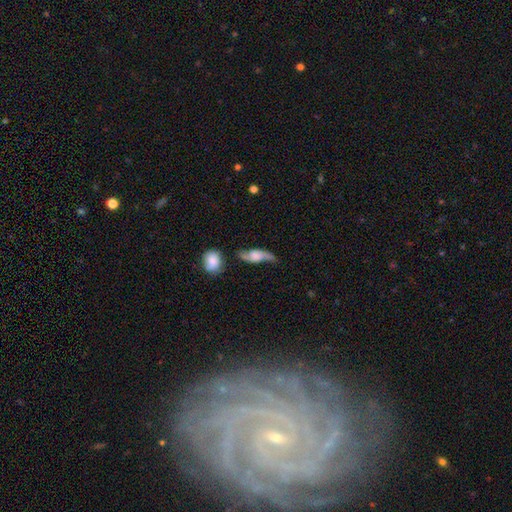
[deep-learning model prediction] The model was most divided on "merging": none: 54%, minor disturbance: 26%, major disturbance: 12%, merger: 8%. More confident: edge-on disk — no (79%); smooth or featured — featured or disk (62%).